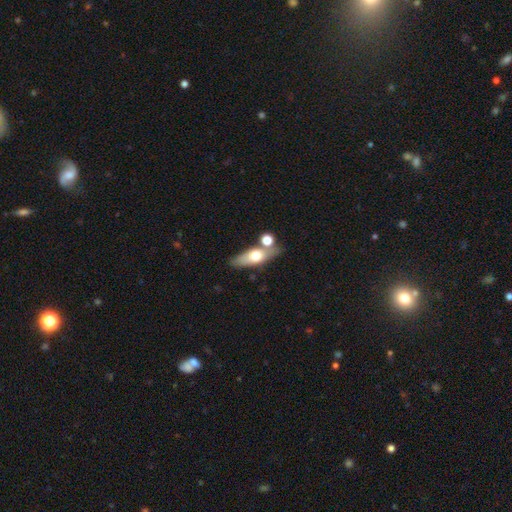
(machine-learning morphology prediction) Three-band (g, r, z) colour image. It shows a smooth galaxy with no disk features (55%) that is in between round and cigar-shaped (57%). Merging: none (61%).